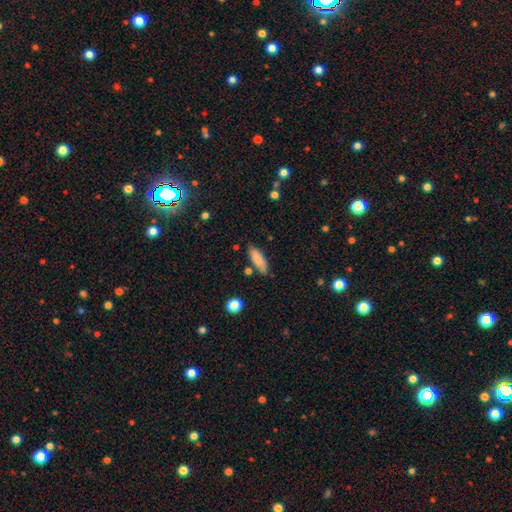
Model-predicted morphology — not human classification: This appears to be a smooth galaxy with no disk features (82%) that is cigar-shaped (52%). Merging: none (81%).